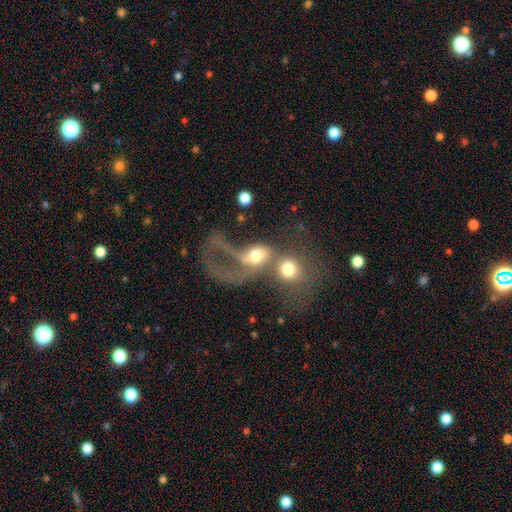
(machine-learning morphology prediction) smooth-or-featured: smooth: 46% | featured or disk: 42% | star or artifact: 12%
  merging: merger: 69% | major disturbance: 19% | none: 8% | minor disturbance: 4%